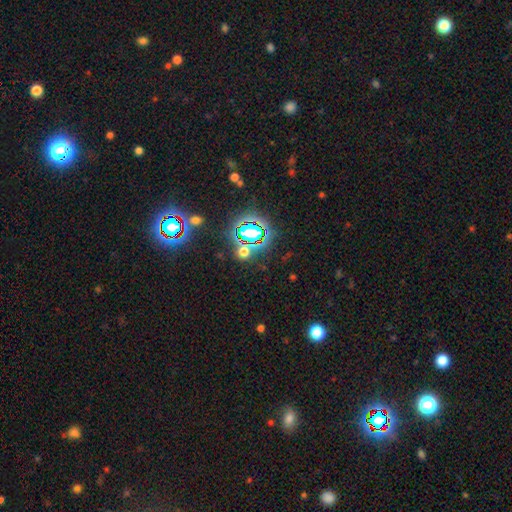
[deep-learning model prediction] Overall: star or artifact (77%).